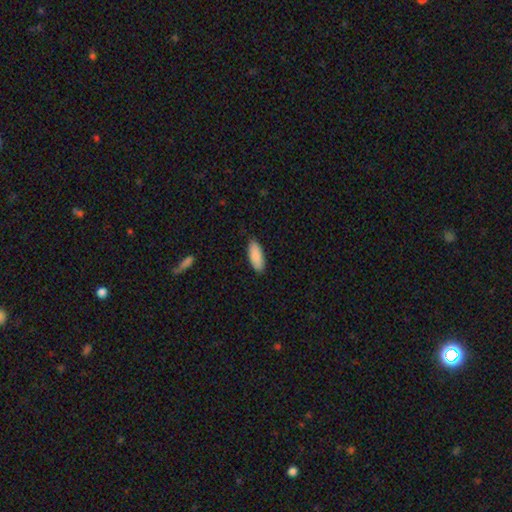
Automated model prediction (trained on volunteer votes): smooth_or_featured: smooth (p=0.89) [alt: featured or disk p=0.06]
how_rounded: in between (p=0.77) [alt: cigar-shaped p=0.21]
merging: none (p=0.87) [alt: minor disturbance p=0.10]